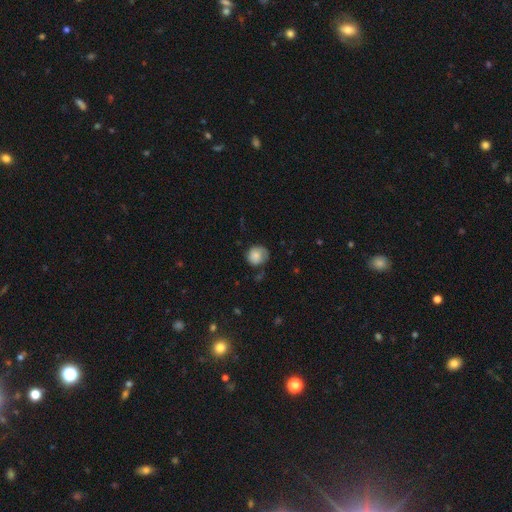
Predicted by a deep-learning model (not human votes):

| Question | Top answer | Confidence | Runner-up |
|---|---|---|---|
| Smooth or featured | smooth | 78% | featured or disk (14%) |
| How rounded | round | 81% | in between (18%) |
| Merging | none | 60% | minor disturbance (28%) |